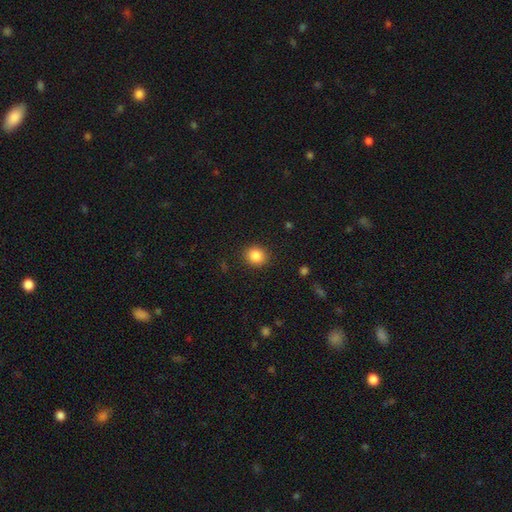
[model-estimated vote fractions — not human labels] smooth 85%, star or artifact 10%, featured or disk 5%. Down the decision tree: how rounded — round (80%); merging — none (90%).